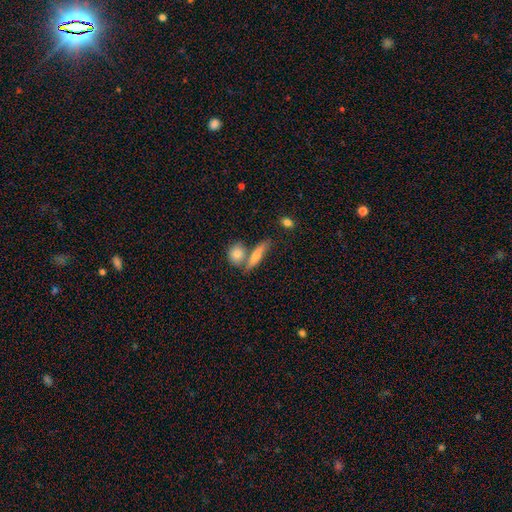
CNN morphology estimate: A smooth galaxy with no disk features (61%) that is cigar-shaped (61%).

Vote fractions:
- Smooth or featured? smooth: 61% / featured or disk: 31% / star or artifact: 8%
- How rounded? cigar-shaped: 61% / in between: 30% / round: 8%
- Merging? none: 55% / merger: 29% / minor disturbance: 11% / major disturbance: 4%